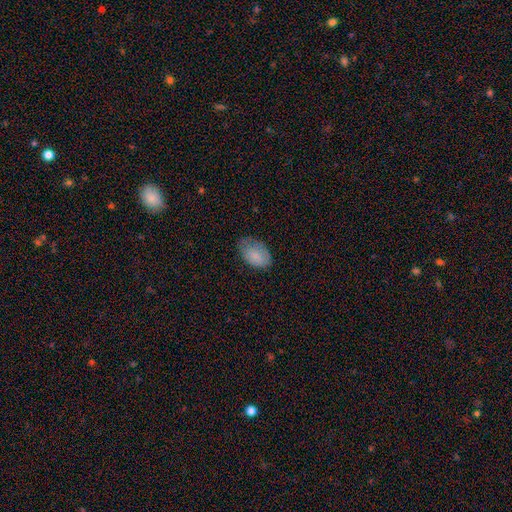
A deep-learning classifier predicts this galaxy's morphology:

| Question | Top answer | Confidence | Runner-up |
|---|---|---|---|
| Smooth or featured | smooth | 82% | featured or disk (11%) |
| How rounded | in between | 91% | round (8%) |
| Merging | none | 53% | minor disturbance (35%) |